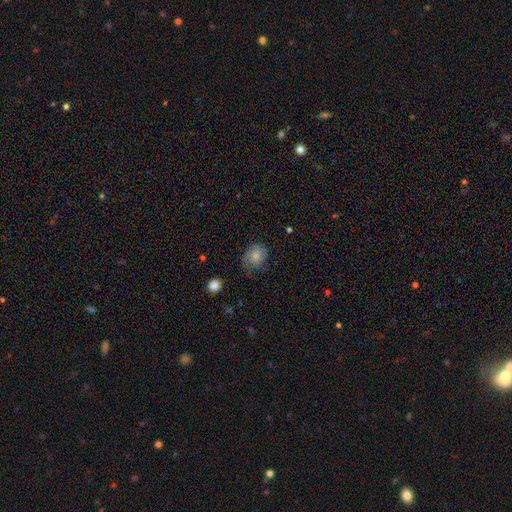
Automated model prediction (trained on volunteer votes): Overall: smooth (77%). How rounded: round (58%; in between 41%). Merging: none (63%; minor disturbance 27%).